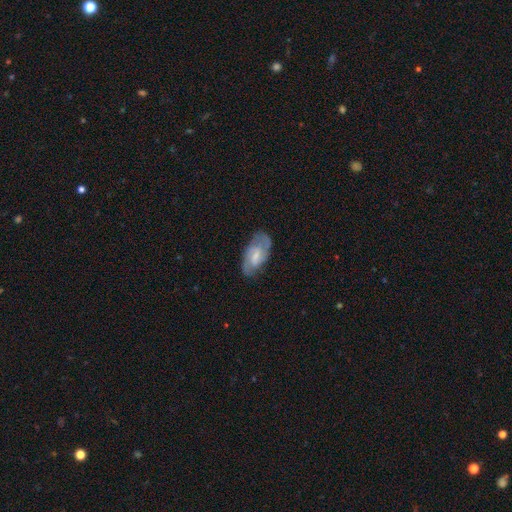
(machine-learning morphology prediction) smooth_or_featured: featured or disk (p=0.68) [alt: smooth p=0.26]
disk_edge_on: no (p=0.95) [alt: yes p=0.05]
bar: weak (p=0.53) [alt: no p=0.33]
has_spiral_arms: yes (p=0.89) [alt: no p=0.11]
spiral_winding: medium (p=0.48) [alt: tight p=0.35]
spiral_arm_count: 2 (p=0.71) [alt: can't tell p=0.17]
bulge_size: small (p=0.45) [alt: moderate p=0.34]
merging: none (p=0.72) [alt: minor disturbance p=0.20]